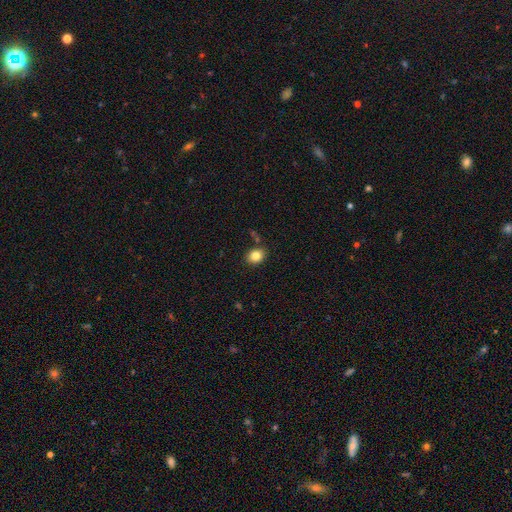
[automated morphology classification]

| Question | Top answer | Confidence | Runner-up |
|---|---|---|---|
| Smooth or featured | smooth | 83% | star or artifact (10%) |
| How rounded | round | 60% | in between (40%) |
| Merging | none | 85% | minor disturbance (9%) |